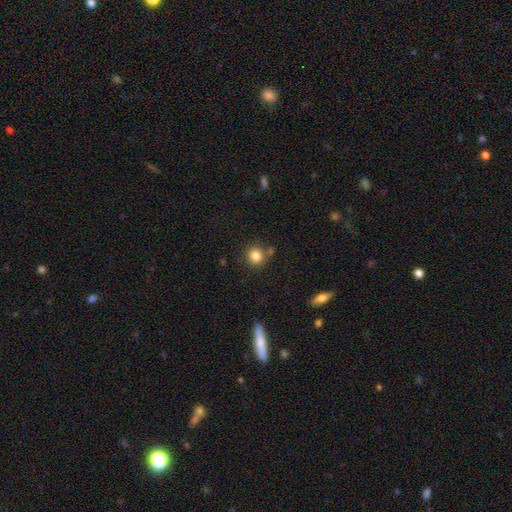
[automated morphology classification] The model was most divided on "merging": none: 75%, minor disturbance: 11%, merger: 10%, major disturbance: 4%. More confident: how rounded — round (87%); smooth or featured — smooth (83%).